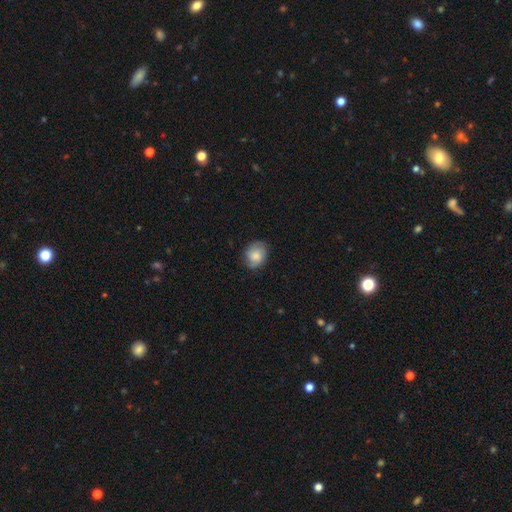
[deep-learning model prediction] smooth_or_featured: smooth (p=0.65) [alt: featured or disk p=0.27]
how_rounded: round (p=0.54) [alt: in between p=0.45]
merging: none (p=0.74) [alt: minor disturbance p=0.20]